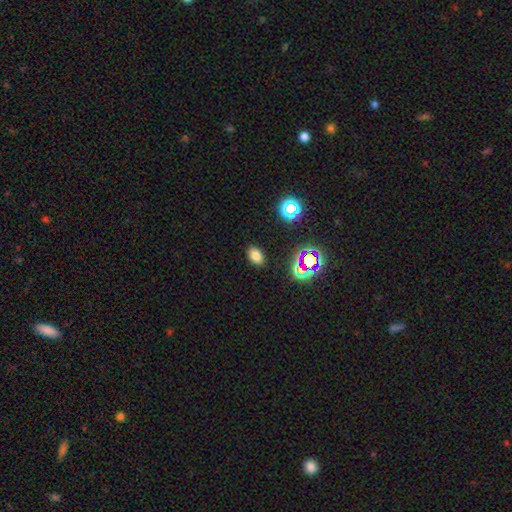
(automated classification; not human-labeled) A smooth galaxy with no disk features (74%) that is in between round and cigar-shaped (84%). Merging: none (88%).